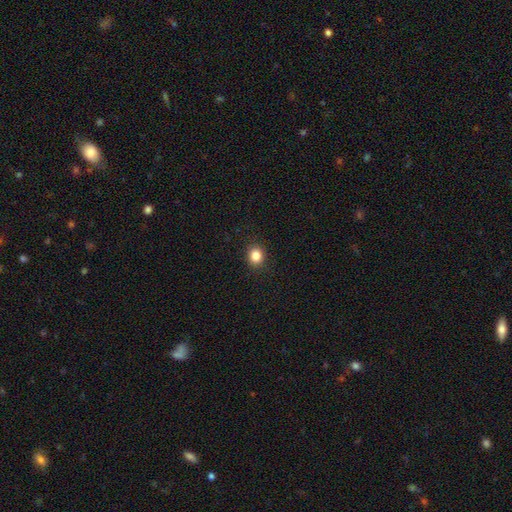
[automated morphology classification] This is clearly a smooth galaxy (85%). How rounded: likely round (71%). Merging: clearly none (90%).